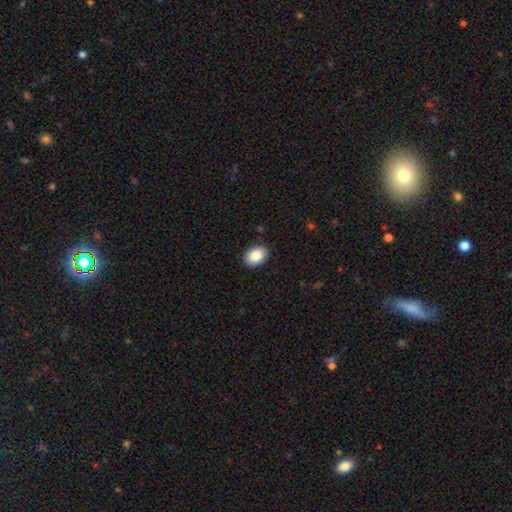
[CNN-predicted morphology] Smooth or featured? Predicted: smooth (p=0.87). How rounded? Predicted: in between (p=0.84). Merging? Predicted: none (p=0.89).